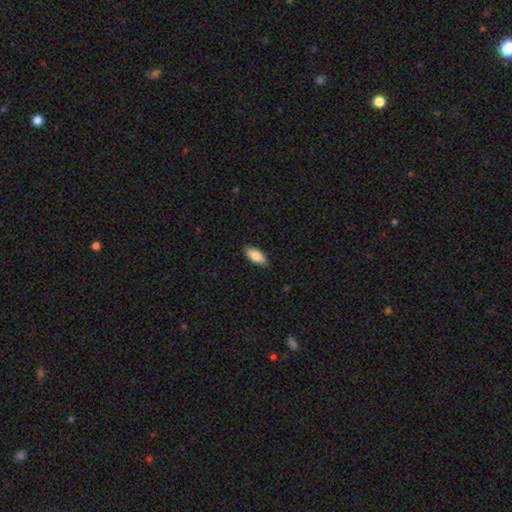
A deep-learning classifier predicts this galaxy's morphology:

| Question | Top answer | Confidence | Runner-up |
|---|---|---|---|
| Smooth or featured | smooth | 85% | featured or disk (9%) |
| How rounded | in between | 84% | cigar-shaped (14%) |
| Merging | none | 86% | minor disturbance (11%) |